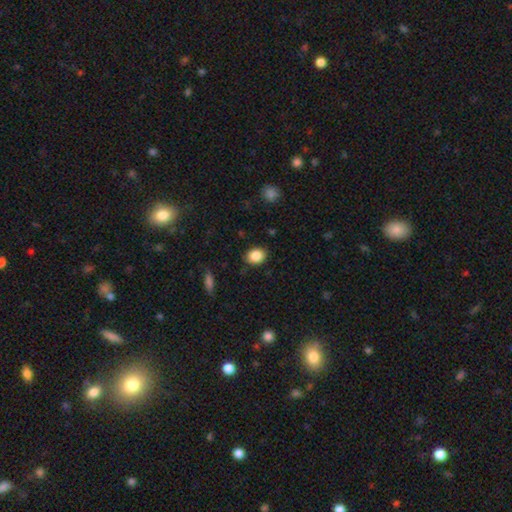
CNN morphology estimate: smooth 86%, star or artifact 9%, featured or disk 5%. Down the decision tree: how rounded — in between (52%); merging — none (87%).